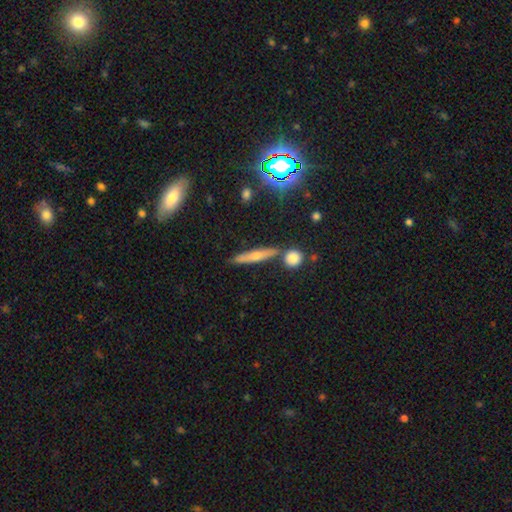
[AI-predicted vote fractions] A smooth galaxy with no disk features (50%). Merging: none (78%).